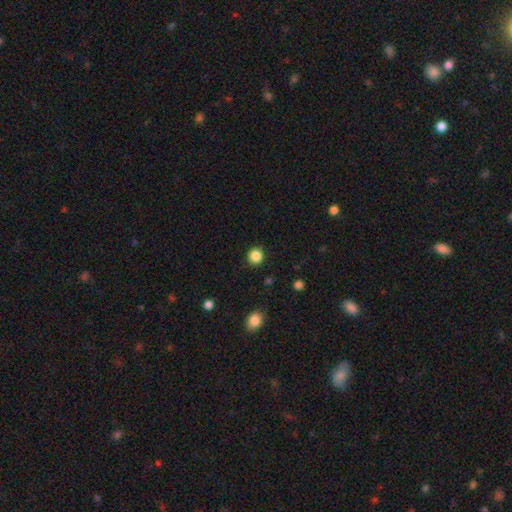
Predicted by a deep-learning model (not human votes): smooth 86%, star or artifact 11%, featured or disk 3%. Down the decision tree: how rounded — round (95%); merging — none (91%).